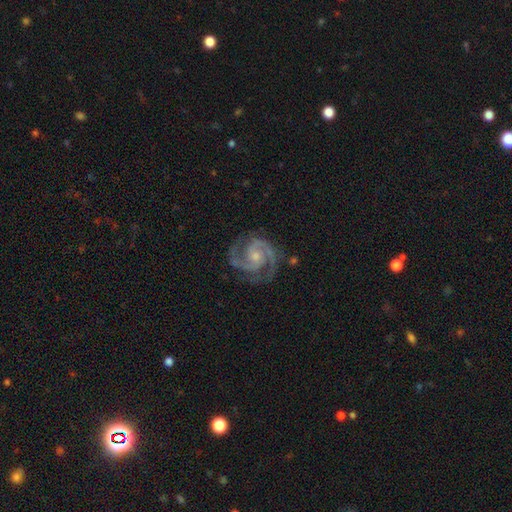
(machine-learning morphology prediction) Smooth or featured?
  - featured or disk: 94% *
  - star or artifact: 4%
  - smooth: 3%
Edge-on disk?
  - no: 98% *
  - yes: 2%
Bar?
  - no: 61% *
  - weak: 32%
  - strong: 7%
Spiral arms?
  - yes: 99% *
  - no: 1%
Spiral winding?
  - medium: 50% *
  - tight: 45%
  - loose: 5%
Spiral arm count?
  - 2: 80% *
  - 3: 13%
  - can't tell: 2%
  - 4: 2%
  - 1: 2%
  - more than 4: 1%
Bulge size?
  - small: 52% *
  - moderate: 40%
  - none: 5%
  - large: 2%
  - dominant: 1%
Merging?
  - none: 78% *
  - minor disturbance: 15%
  - major disturbance: 6%
  - merger: 1%